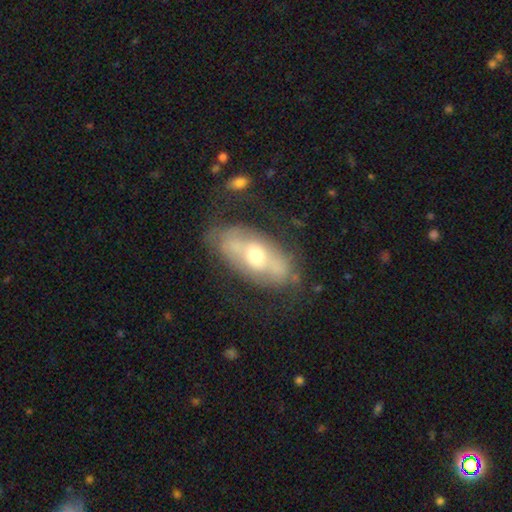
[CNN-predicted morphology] smooth-or-featured: featured or disk: 65% | smooth: 28% | star or artifact: 7%
  disk-edge-on: no: 84% | yes: 16%
    bar: no: 57% | weak: 26% | strong: 17%
    has-spiral-arms: no: 51% | yes: 49%
    bulge-size: moderate: 69% | small: 21% | large: 8% | dominant: 1% | none: 1%
  merging: none: 69% | minor disturbance: 20% | major disturbance: 9% | merger: 3%